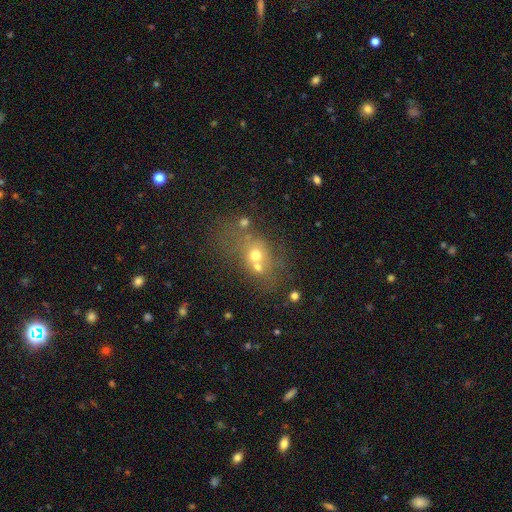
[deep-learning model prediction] smooth_or_featured: smooth (p=0.57) [alt: featured or disk p=0.24]
how_rounded: round (p=0.54) [alt: in between p=0.44]
merging: merger (p=0.42) [alt: none p=0.36]